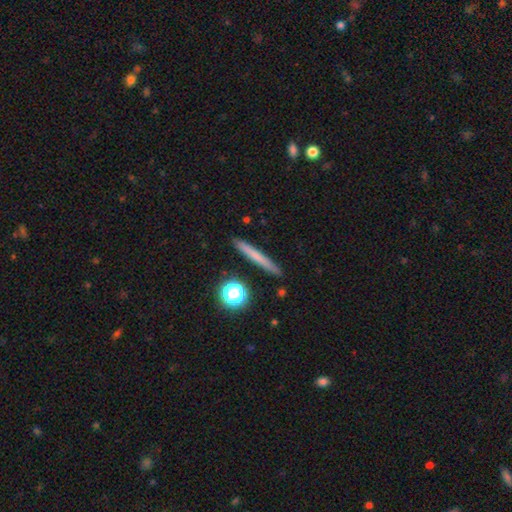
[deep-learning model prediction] A smooth galaxy with no disk features (61%) that is cigar-shaped (94%).

Vote fractions:
- Smooth or featured? smooth: 61% / featured or disk: 30% / star or artifact: 9%
- How rounded? cigar-shaped: 94% / round: 3% / in between: 3%
- Merging? none: 90% / minor disturbance: 7% / merger: 2% / major disturbance: 2%